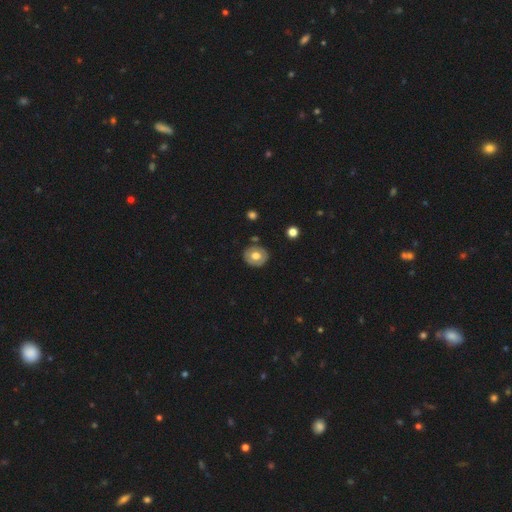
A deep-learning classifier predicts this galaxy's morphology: Smooth or featured? Predicted: smooth (p=0.55). How rounded? Predicted: round (p=0.76). Merging? Predicted: none (p=0.83).